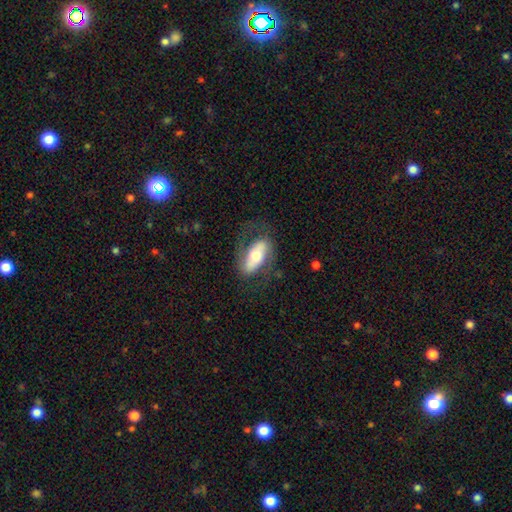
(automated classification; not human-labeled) Smooth or featured? featured or disk (50%)
Edge-on disk? no (80%)
Merging? none (67%)